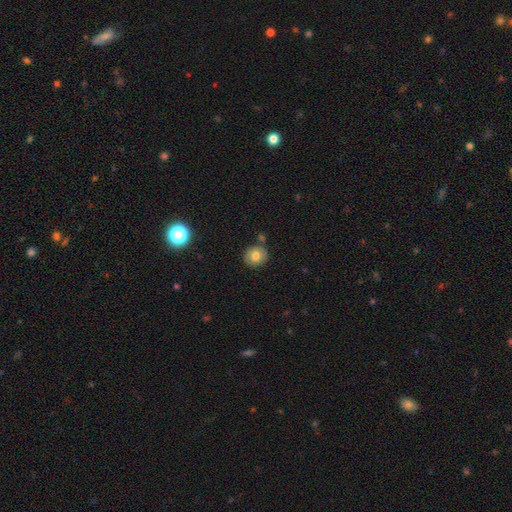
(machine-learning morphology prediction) Q: Smooth or featured?
A: smooth (74%); runner-up: featured or disk (16%)
Q: How rounded?
A: round (81%); runner-up: in between (18%)
Q: Merging?
A: none (79%); runner-up: minor disturbance (11%)